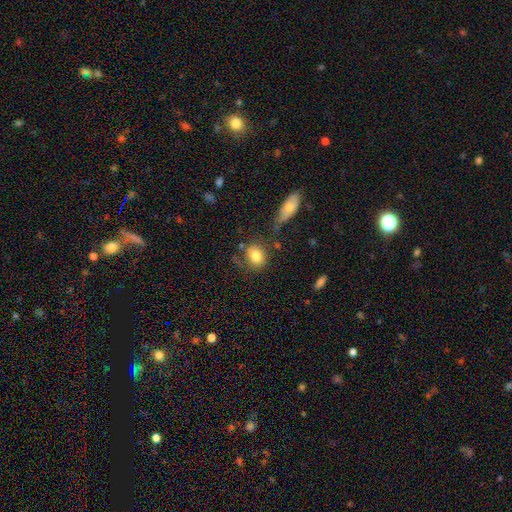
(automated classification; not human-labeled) Morphology: type=smooth (81%); roundness=in between (51%); merging=none (69%).